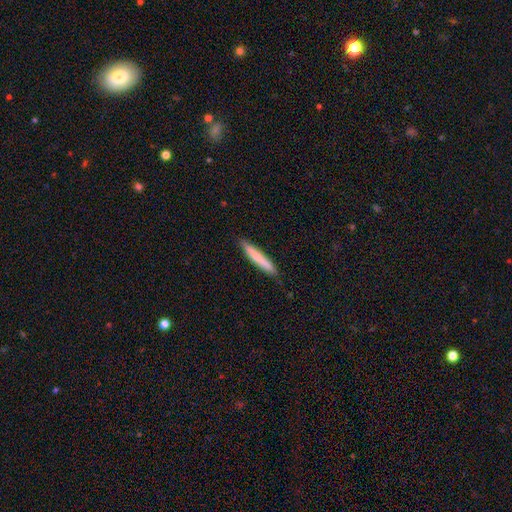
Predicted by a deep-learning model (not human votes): A smooth galaxy with no disk features (76%) that is cigar-shaped (95%). Merging: none (87%).